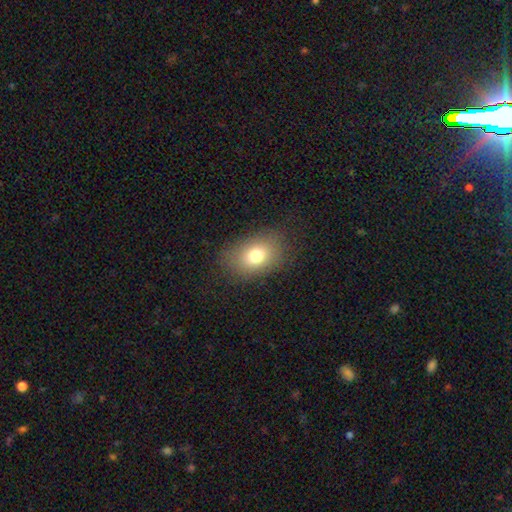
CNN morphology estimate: A smooth galaxy with no disk features (76%) that is in between round and cigar-shaped (76%). Merging: none (83%).